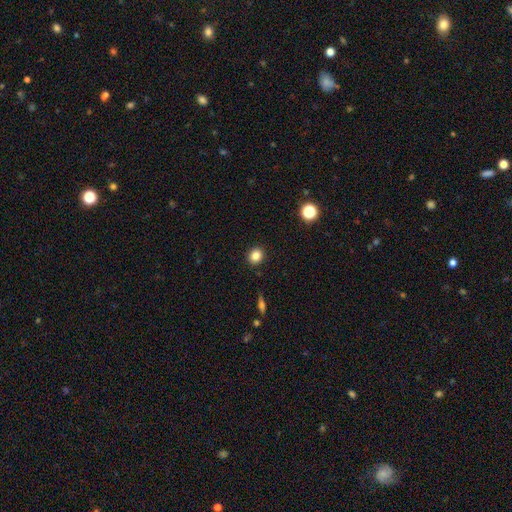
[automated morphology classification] This is clearly a smooth galaxy (84%). How rounded: likely round (79%). Merging: clearly none (91%).